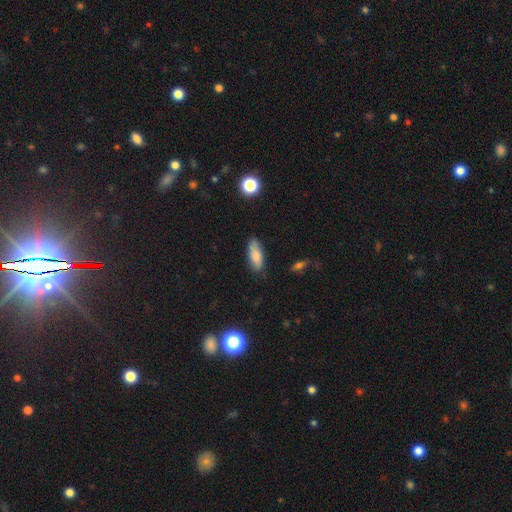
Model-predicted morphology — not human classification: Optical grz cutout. It shows a smooth galaxy with no disk features (79%) that is in between round and cigar-shaped (72%). Merging: none (79%).